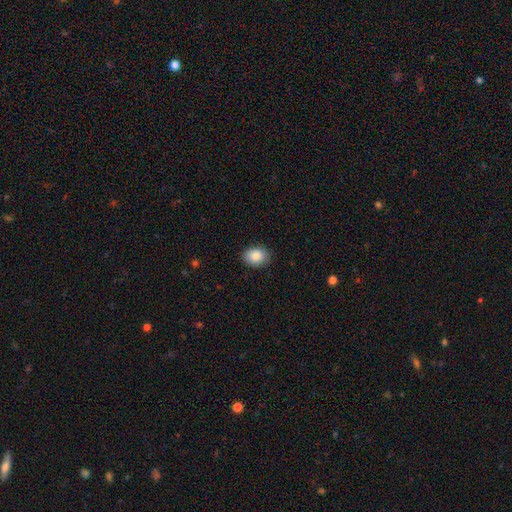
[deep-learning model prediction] This is clearly a smooth galaxy (86%). How rounded: likely in between (68%). Merging: clearly none (88%).